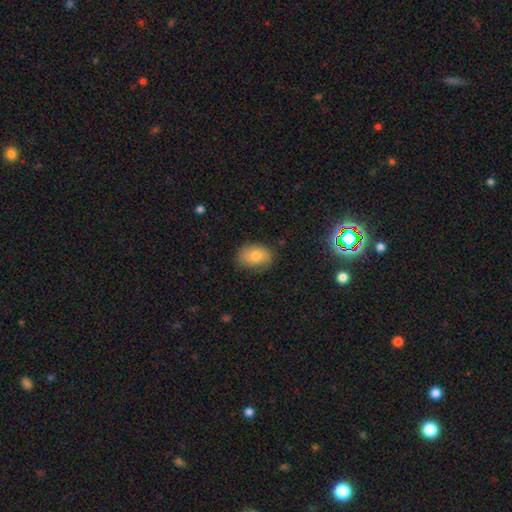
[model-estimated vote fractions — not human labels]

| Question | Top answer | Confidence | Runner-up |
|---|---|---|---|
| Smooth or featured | smooth | 75% | featured or disk (13%) |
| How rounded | in between | 82% | round (17%) |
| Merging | none | 80% | minor disturbance (15%) |